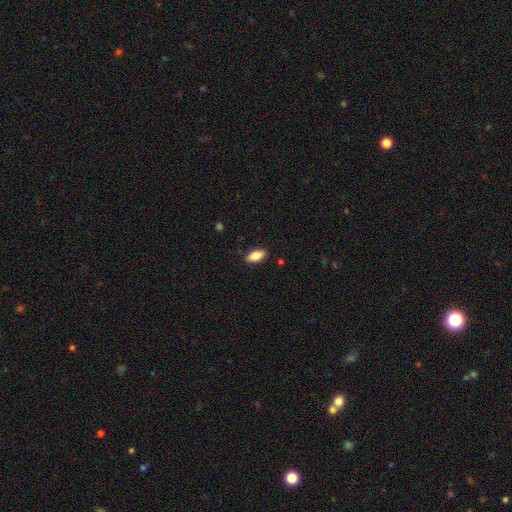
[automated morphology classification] The model was most divided on "smooth or featured": smooth: 83%, featured or disk: 10%, star or artifact: 7%. More confident: how rounded — in between (89%); merging — none (88%).